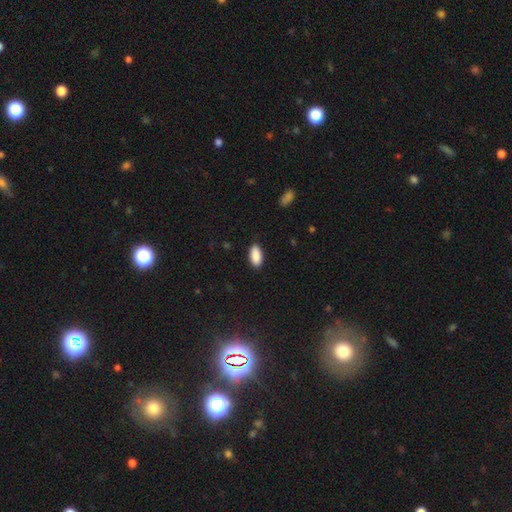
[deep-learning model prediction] A smooth galaxy with no disk features (90%) that is in between round and cigar-shaped (91%).

Vote fractions:
- Smooth or featured? smooth: 90% / star or artifact: 7% / featured or disk: 4%
- How rounded? in between: 91% / cigar-shaped: 7% / round: 2%
- Merging? none: 87% / minor disturbance: 10% / major disturbance: 2% / merger: 1%